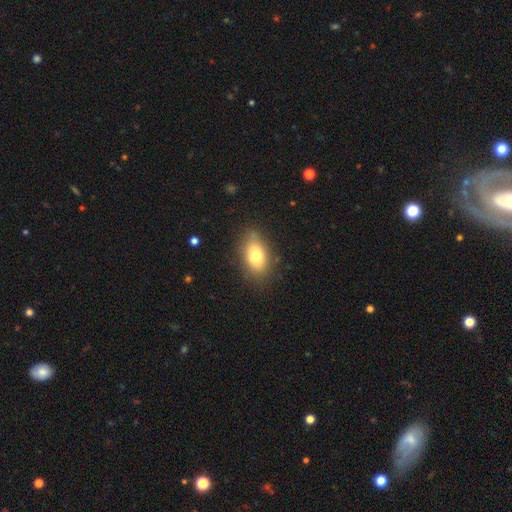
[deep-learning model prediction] This is likely a smooth galaxy (74%). How rounded: clearly in between (86%). Merging: likely none (77%).